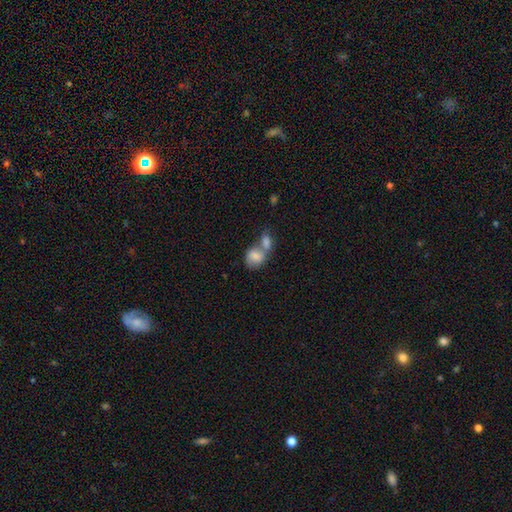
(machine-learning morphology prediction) A smooth galaxy with no disk features (78%) that is in between round and cigar-shaped (56%). Merging: merger (67%).